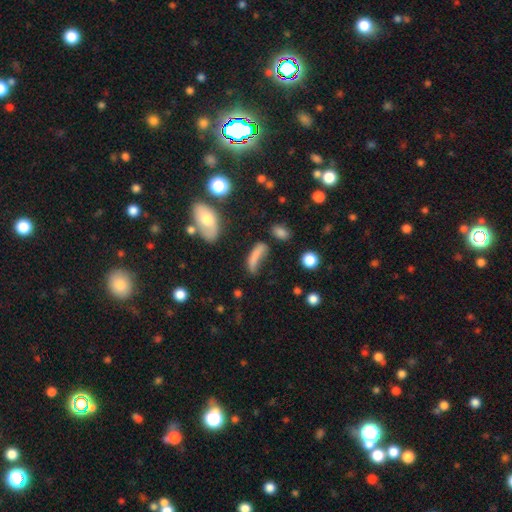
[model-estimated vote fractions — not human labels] Smooth or featured? smooth (69%)
How rounded? cigar-shaped (49%)
Merging? none (32%)